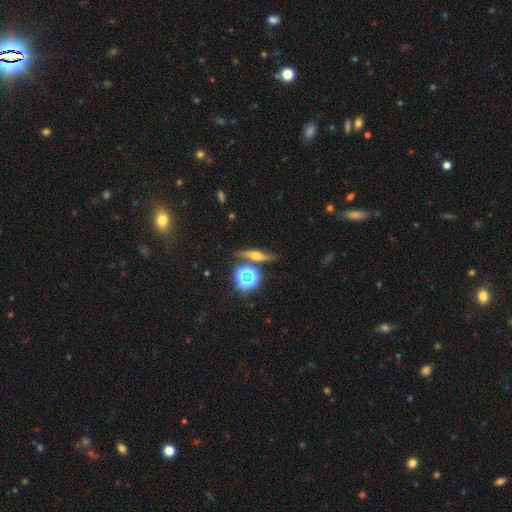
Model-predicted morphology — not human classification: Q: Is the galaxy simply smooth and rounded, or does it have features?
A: featured or disk — 42%.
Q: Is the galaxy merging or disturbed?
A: none — 77%.